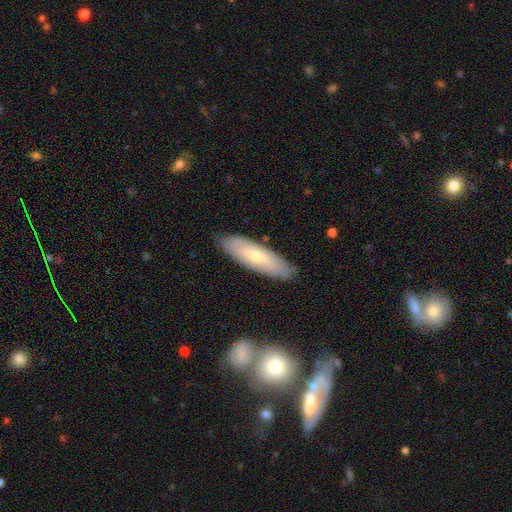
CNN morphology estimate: Overall: featured or disk (48%; smooth 46%). Merging: none (83%).